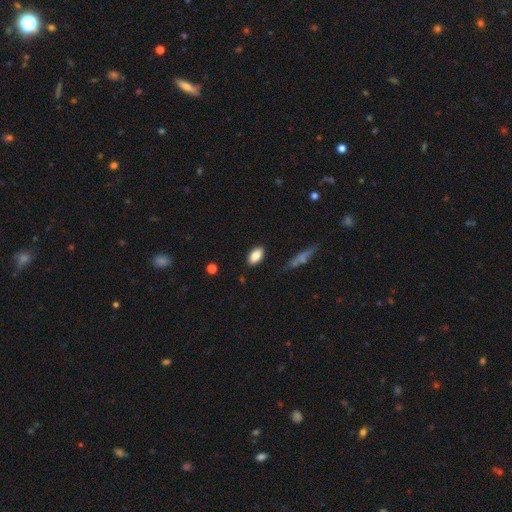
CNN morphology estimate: smooth-or-featured: smooth: 86% | featured or disk: 7% | star or artifact: 7%
  how-rounded: in between: 91% | round: 5% | cigar-shaped: 4%
  merging: none: 86% | minor disturbance: 10% | major disturbance: 2% | merger: 2%